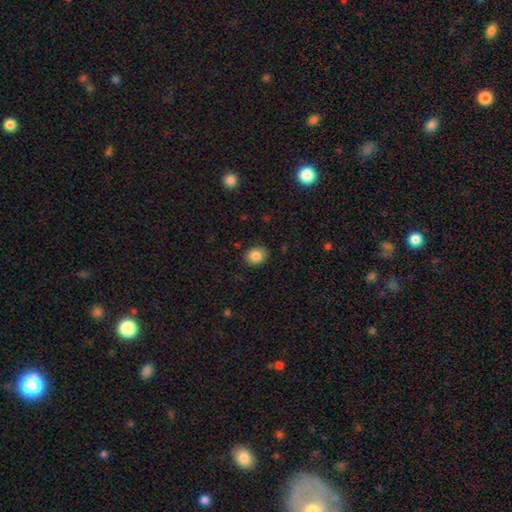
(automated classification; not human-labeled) Smooth or featured: smooth — 85% (star or artifact — 9%)
How rounded: round — 51% (in between — 49%)
Merging: none — 87% (minor disturbance — 10%)